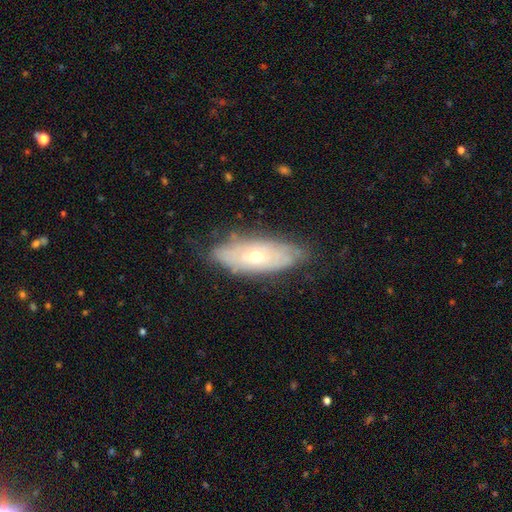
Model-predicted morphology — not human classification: The model was most divided on "smooth or featured": featured or disk: 60%, smooth: 33%, star or artifact: 7%. More confident: edge-on disk — no (76%); merging — none (73%).